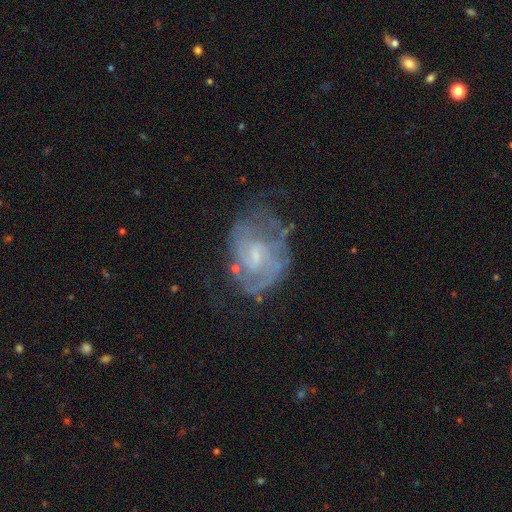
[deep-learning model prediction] Smooth or featured?
  - featured or disk: 77% *
  - smooth: 15%
  - star or artifact: 8%
Edge-on disk?
  - no: 97% *
  - yes: 3%
Bar?
  - weak: 53% *
  - no: 37%
  - strong: 9%
Spiral arms?
  - yes: 83% *
  - no: 17%
Spiral winding?
  - tight: 42% * (tied)
  - medium: 42% * (tied)
  - loose: 16%
Spiral arm count?
  - 2: 46% *
  - can't tell: 34%
  - 3: 8%
  - 1: 7%
  - 4: 3%
  - more than 4: 2%
Bulge size?
  - small: 52% *
  - moderate: 26%
  - none: 19%
  - large: 2%
  - dominant: 1%
Merging?
  - none: 52% *
  - minor disturbance: 25%
  - major disturbance: 20%
  - merger: 3%